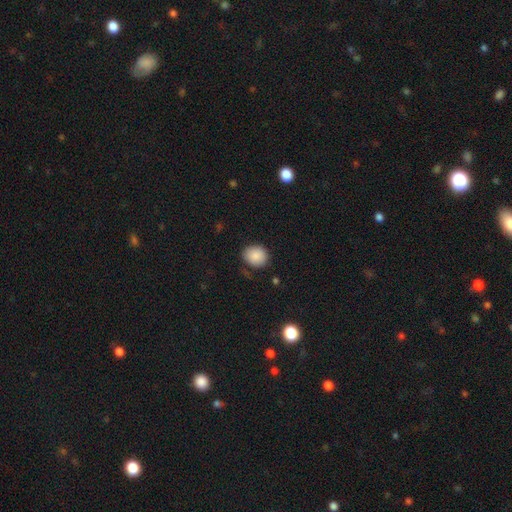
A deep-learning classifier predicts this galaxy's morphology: Smooth or featured: smooth — 87% (star or artifact — 8%)
How rounded: round — 71% (in between — 28%)
Merging: none — 81% (minor disturbance — 14%)